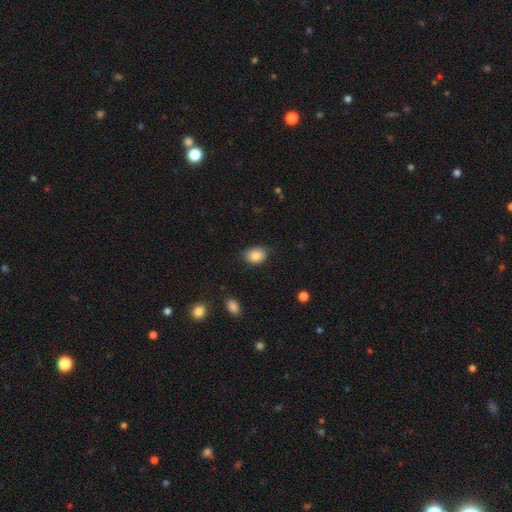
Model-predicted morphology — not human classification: A smooth galaxy with no disk features (83%) that is in between round and cigar-shaped (72%). Merging: none (74%).